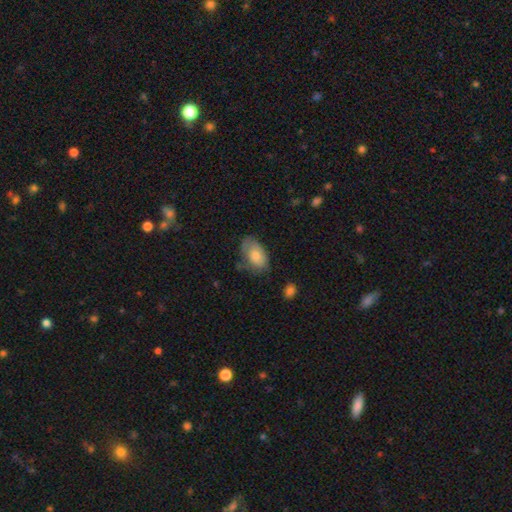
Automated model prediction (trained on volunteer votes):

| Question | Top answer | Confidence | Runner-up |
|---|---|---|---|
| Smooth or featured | smooth | 72% | featured or disk (21%) |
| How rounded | in between | 92% | round (7%) |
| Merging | none | 61% | minor disturbance (29%) |